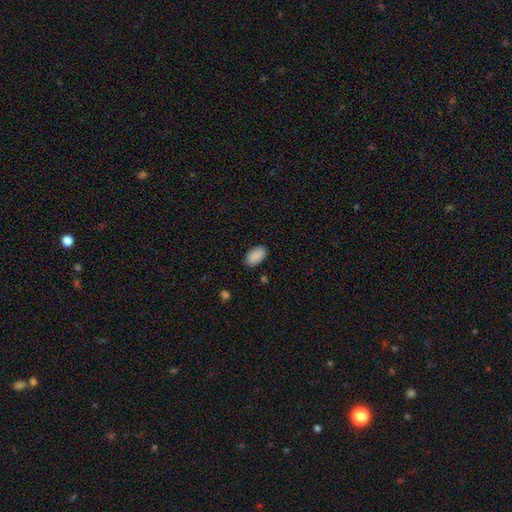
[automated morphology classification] This is clearly a smooth galaxy (90%). How rounded: clearly in between (95%). Merging: clearly none (87%).